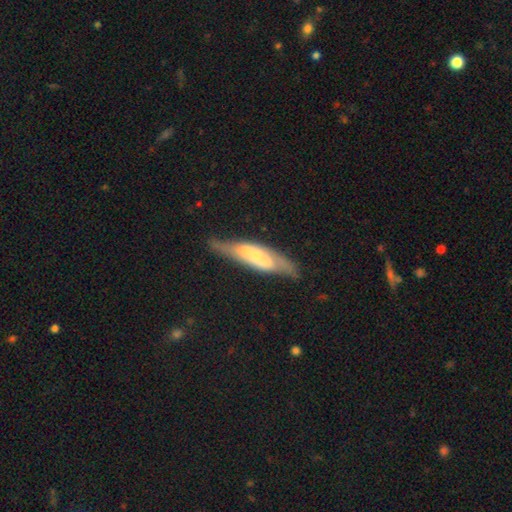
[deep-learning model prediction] Morphology: type=featured or disk (63%); edge-on=no (53%); merging=none (67%).